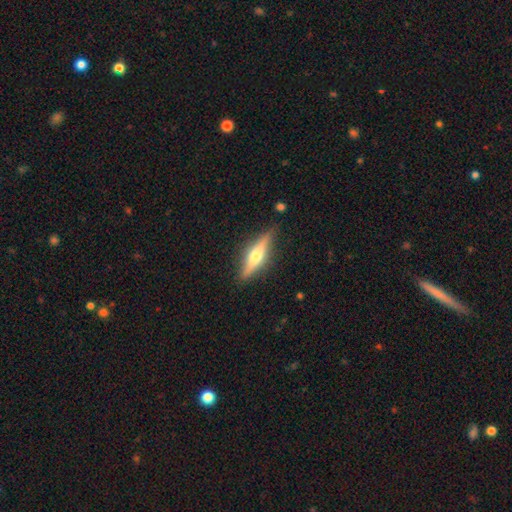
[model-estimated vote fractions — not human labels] smooth_or_featured: featured or disk (p=0.60) [alt: smooth p=0.34]
disk_edge_on: yes (p=0.94) [alt: no p=0.06]
edge_on_bulge: rounded (p=0.92) [alt: boxy p=0.05]
merging: none (p=0.86) [alt: minor disturbance p=0.11]